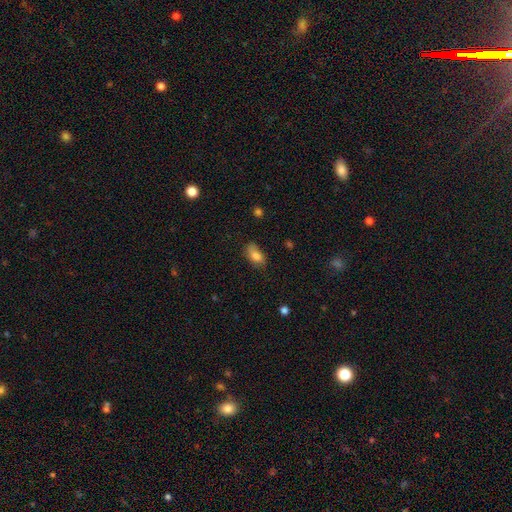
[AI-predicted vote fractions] Smooth or featured?
  - smooth: 83% *
  - featured or disk: 8%
  - star or artifact: 8%
How rounded?
  - in between: 89% *
  - round: 6%
  - cigar-shaped: 5%
Merging?
  - none: 64% *
  - minor disturbance: 27%
  - major disturbance: 7%
  - merger: 2%